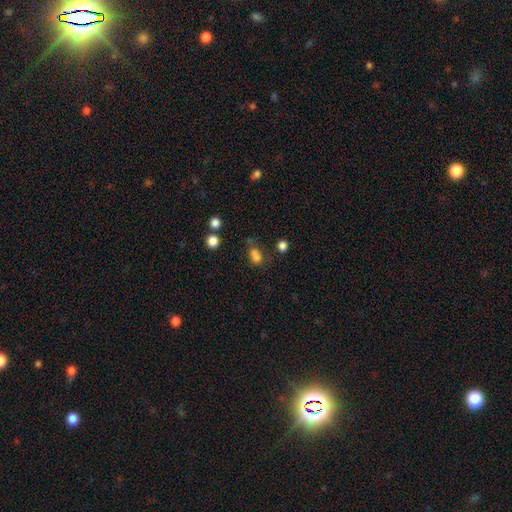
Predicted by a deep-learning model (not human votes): Smooth or featured?
  - smooth: 75% *
  - star or artifact: 17%
  - featured or disk: 8%
How rounded?
  - in between: 69% *
  - round: 28%
  - cigar-shaped: 2%
Merging?
  - none: 48% *
  - merger: 22%
  - minor disturbance: 20%
  - major disturbance: 10%